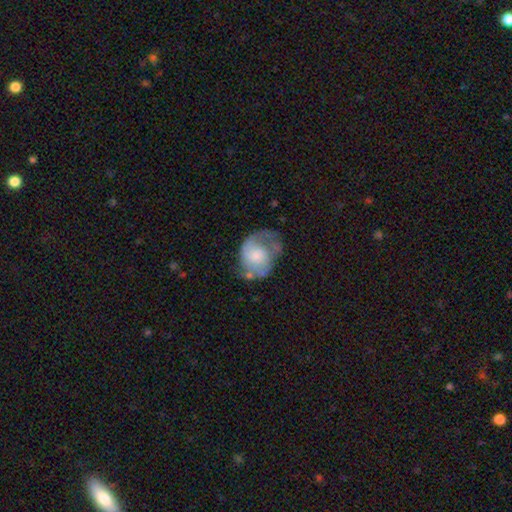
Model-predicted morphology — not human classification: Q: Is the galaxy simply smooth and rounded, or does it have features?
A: featured or disk — 64%.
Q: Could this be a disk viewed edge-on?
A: no — 98%.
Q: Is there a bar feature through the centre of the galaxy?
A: no — 71%.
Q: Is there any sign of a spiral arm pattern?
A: yes — 83%.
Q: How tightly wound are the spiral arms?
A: medium — 44%.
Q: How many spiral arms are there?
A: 2 — 65%.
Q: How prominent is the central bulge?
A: moderate — 33%.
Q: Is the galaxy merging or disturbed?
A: none — 38%.